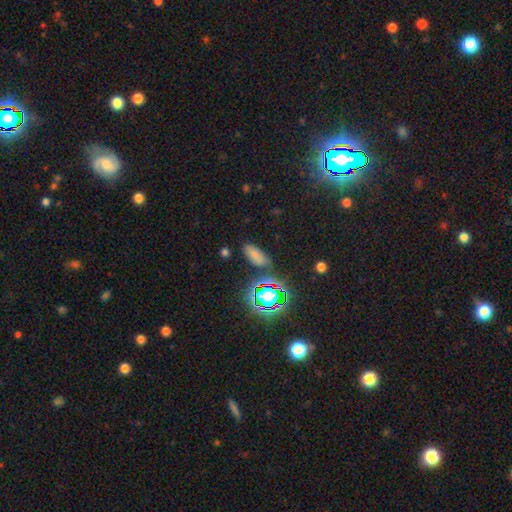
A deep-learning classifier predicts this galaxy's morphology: Smooth or featured?
  - smooth: 68% *
  - star or artifact: 23%
  - featured or disk: 8%
How rounded?
  - in between: 84% *
  - cigar-shaped: 12%
  - round: 4%
Merging?
  - none: 79% *
  - minor disturbance: 13%
  - merger: 4%
  - major disturbance: 4%